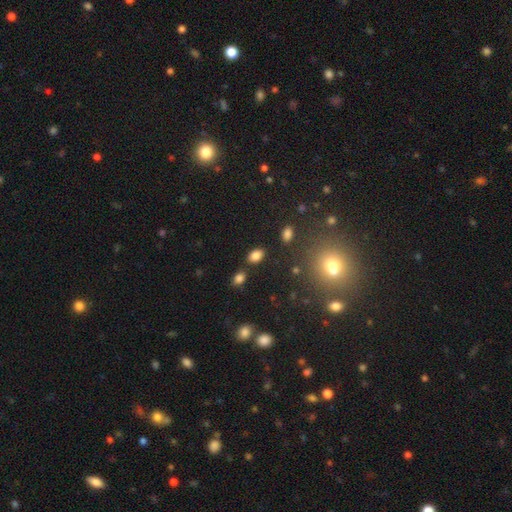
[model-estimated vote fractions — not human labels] This appears to be a smooth galaxy with no disk features (83%) that is in between round and cigar-shaped (85%). Merging: none (79%).